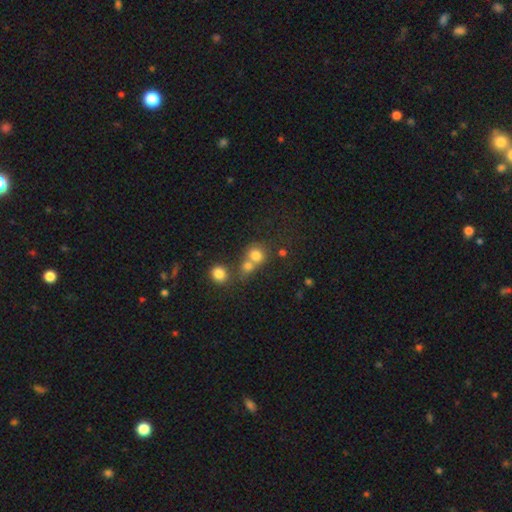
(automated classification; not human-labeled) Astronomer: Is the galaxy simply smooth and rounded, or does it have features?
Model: smooth — 76%.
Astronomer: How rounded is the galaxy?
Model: round — 77%.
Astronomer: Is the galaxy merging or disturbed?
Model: merger — 51% (runner-up: none, 37%).